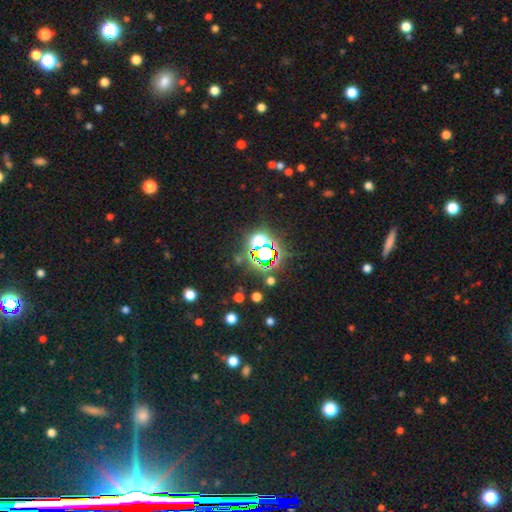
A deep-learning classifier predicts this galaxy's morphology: Q: Smooth or featured?
A: star or artifact (80%); runner-up: smooth (12%)